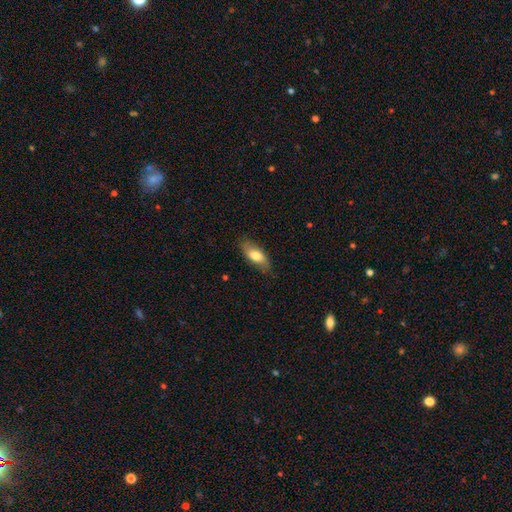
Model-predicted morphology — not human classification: A smooth galaxy with no disk features (74%) that is in between round and cigar-shaped (80%).

Vote fractions:
- Smooth or featured? smooth: 74% / featured or disk: 20% / star or artifact: 6%
- How rounded? in between: 80% / cigar-shaped: 17% / round: 3%
- Merging? none: 78% / minor disturbance: 17% / major disturbance: 3% / merger: 1%